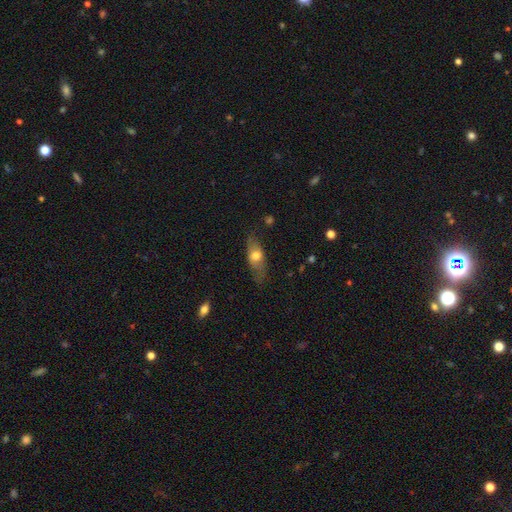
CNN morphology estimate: This appears to be a smooth galaxy with no disk features (58%) that is in between round and cigar-shaped (65%). Merging: none (71%).